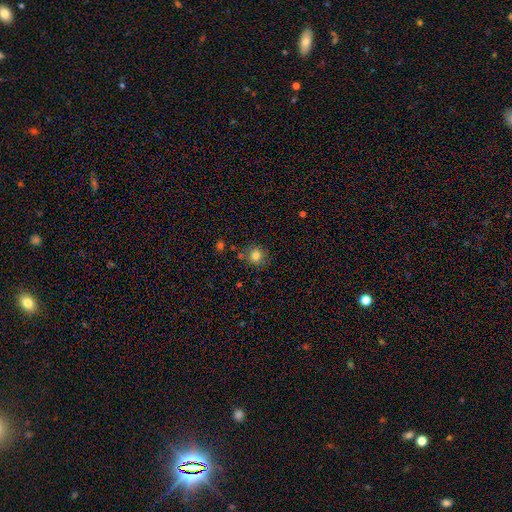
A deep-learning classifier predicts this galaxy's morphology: This is clearly a smooth galaxy (82%). How rounded: clearly round (84%). Merging: likely none (80%).